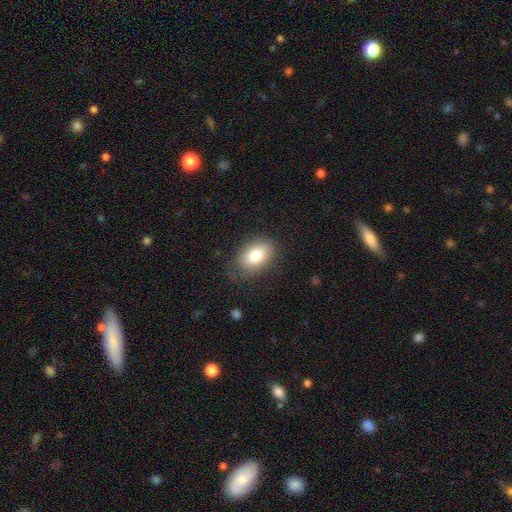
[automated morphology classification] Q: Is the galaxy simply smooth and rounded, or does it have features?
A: smooth — 81%.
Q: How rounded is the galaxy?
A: in between — 87%.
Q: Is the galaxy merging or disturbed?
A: none — 75%.